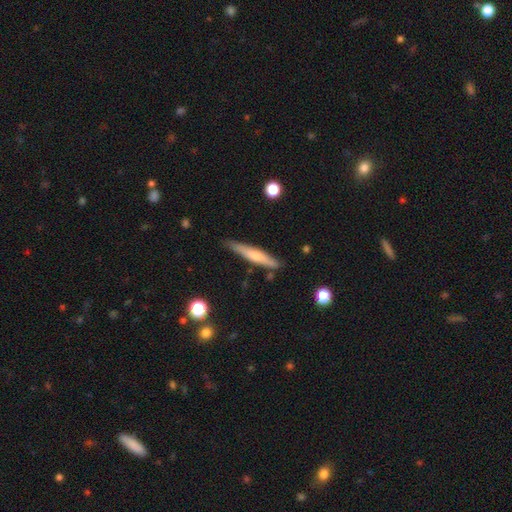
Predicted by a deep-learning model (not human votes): smooth 54%, featured or disk 41%, star or artifact 6%. Down the decision tree: how rounded — cigar-shaped (92%); merging — none (83%).